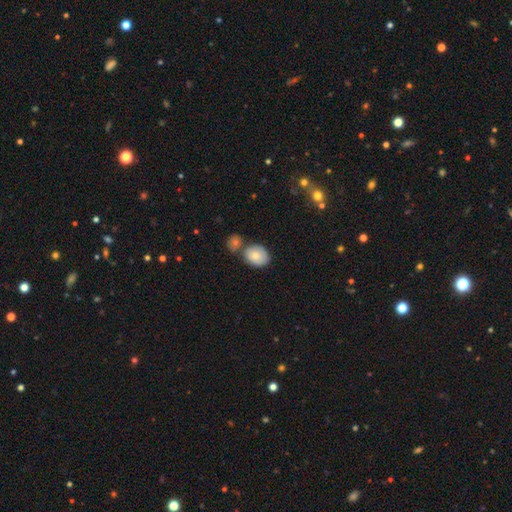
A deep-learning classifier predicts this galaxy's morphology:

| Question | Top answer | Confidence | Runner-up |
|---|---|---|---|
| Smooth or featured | smooth | 78% | featured or disk (15%) |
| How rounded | in between | 54% | round (45%) |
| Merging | none | 53% | merger (30%) |